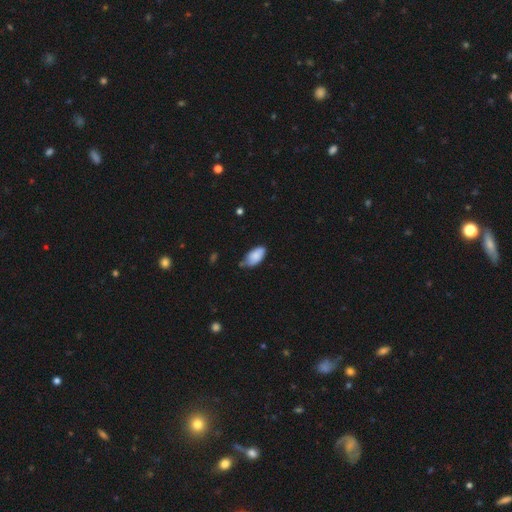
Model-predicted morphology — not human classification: A smooth galaxy with no disk features (82%) that is in between round and cigar-shaped (93%).

Vote fractions:
- Smooth or featured? smooth: 82% / featured or disk: 11% / star or artifact: 7%
- How rounded? in between: 93% / cigar-shaped: 4% / round: 3%
- Merging? none: 56% / minor disturbance: 35% / major disturbance: 6% / merger: 3%